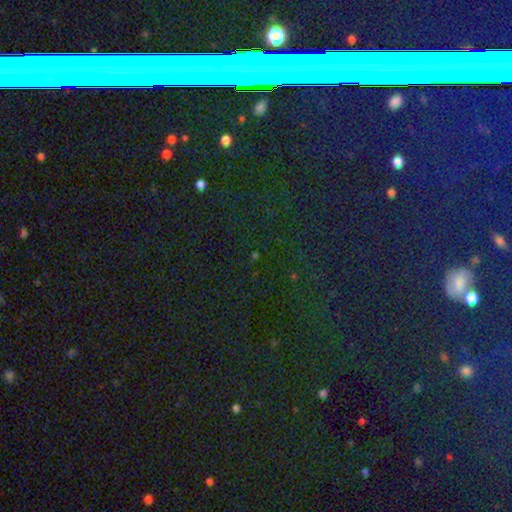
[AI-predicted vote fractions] A star or artifact, not a galaxy (75%).